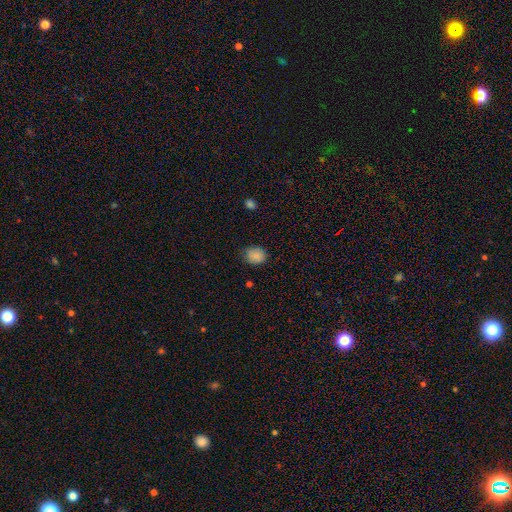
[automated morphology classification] The model was most divided on "how rounded": round: 68%, in between: 31%, cigar-shaped: 1%. More confident: smooth or featured — smooth (86%); merging — none (80%).